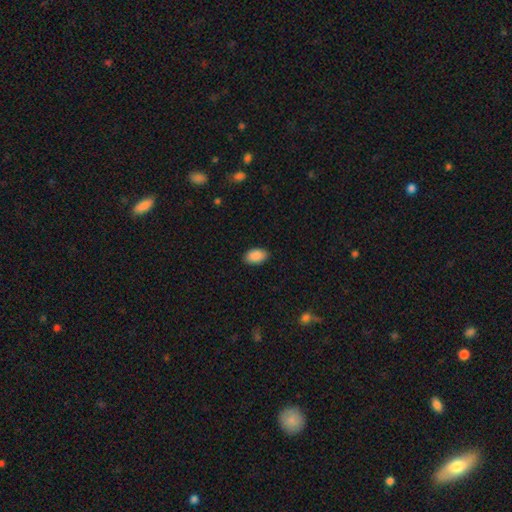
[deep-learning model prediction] Smooth or featured? smooth (90%)
How rounded? in between (93%)
Merging? none (88%)